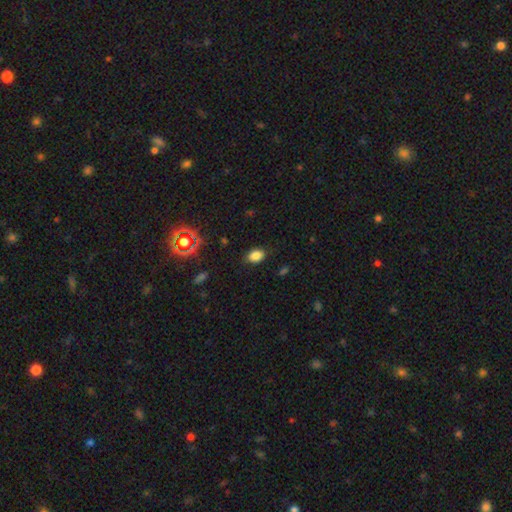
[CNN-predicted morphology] Smooth or featured? smooth (81%)
How rounded? in between (73%)
Merging? none (81%)